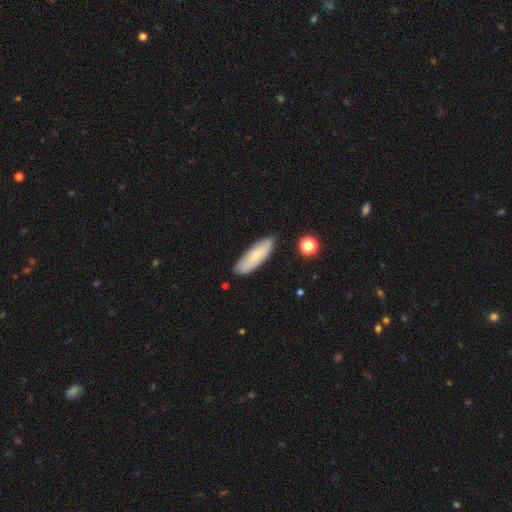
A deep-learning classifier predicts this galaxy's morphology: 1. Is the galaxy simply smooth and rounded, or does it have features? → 73% smooth, 20% featured or disk, 6% star or artifact.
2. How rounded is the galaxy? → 50% in between, 48% cigar-shaped, 2% round.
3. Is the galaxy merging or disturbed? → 85% none, 11% minor disturbance, 2% major disturbance, 2% merger.